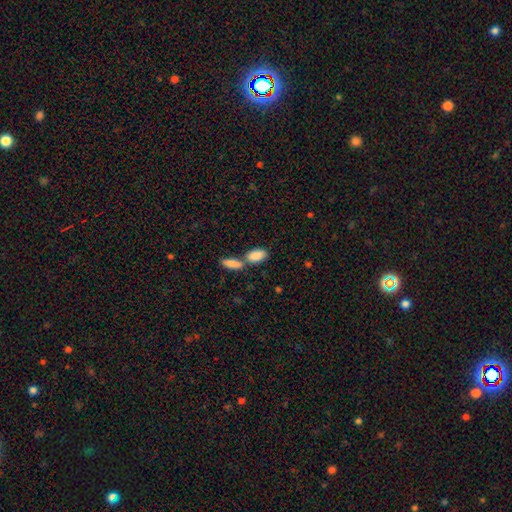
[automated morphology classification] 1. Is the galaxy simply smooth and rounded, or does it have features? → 87% smooth, 6% featured or disk, 6% star or artifact.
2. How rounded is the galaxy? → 91% in between, 6% cigar-shaped, 3% round.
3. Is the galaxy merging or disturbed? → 45% merger, 43% none, 8% minor disturbance, 3% major disturbance.